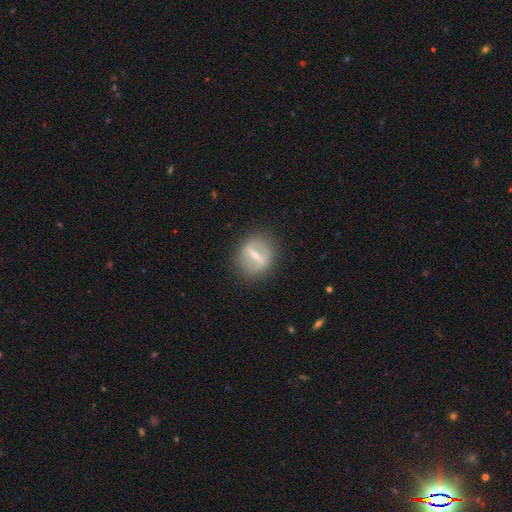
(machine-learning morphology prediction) A featured or disk galaxy (63%) with a strong bar (80%), no spiral arms (85%) and a small central bulge (40%). Merging: none (84%).